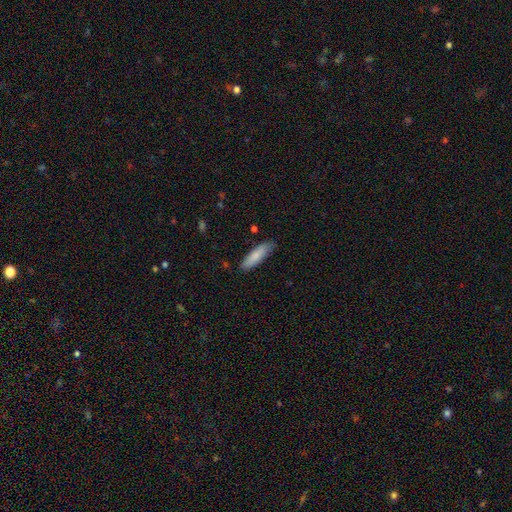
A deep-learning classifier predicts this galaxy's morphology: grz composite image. It shows a smooth galaxy with no disk features (83%) that is cigar-shaped (63%). Merging: none (83%).